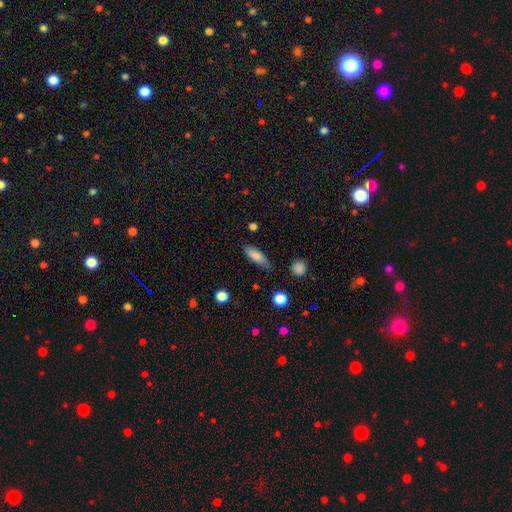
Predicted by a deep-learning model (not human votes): This is clearly a smooth galaxy (82%). How rounded: possibly in between (53%). Merging: likely none (76%).